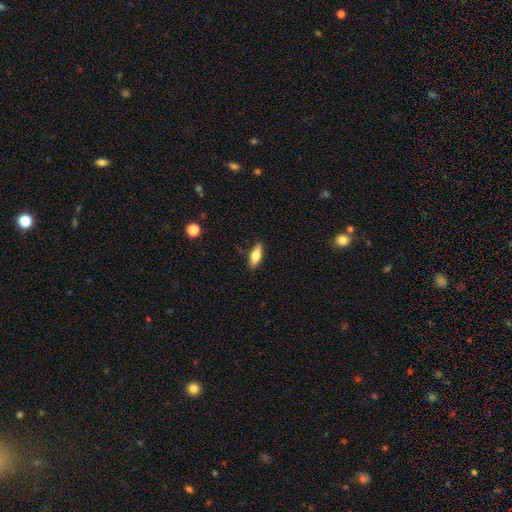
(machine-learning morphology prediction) smooth_or_featured: smooth (p=0.63) [alt: featured or disk p=0.30]
how_rounded: in between (p=0.66) [alt: cigar-shaped p=0.31]
merging: none (p=0.88) [alt: minor disturbance p=0.09]